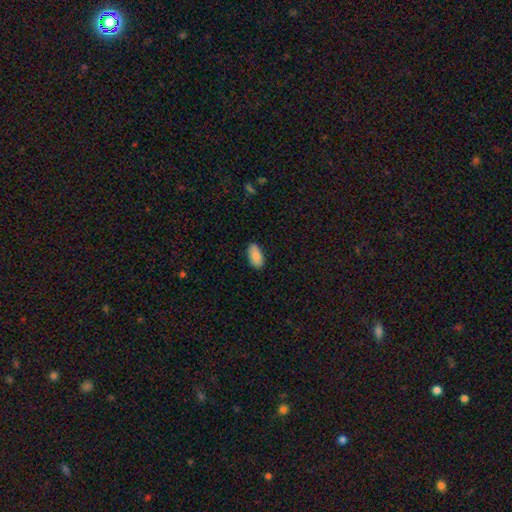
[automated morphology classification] A smooth galaxy with no disk features (88%) that is in between round and cigar-shaped (92%).

Vote fractions:
- Smooth or featured? smooth: 88% / star or artifact: 6% / featured or disk: 6%
- How rounded? in between: 92% / cigar-shaped: 6% / round: 2%
- Merging? none: 85% / minor disturbance: 12% / major disturbance: 2% / merger: 1%